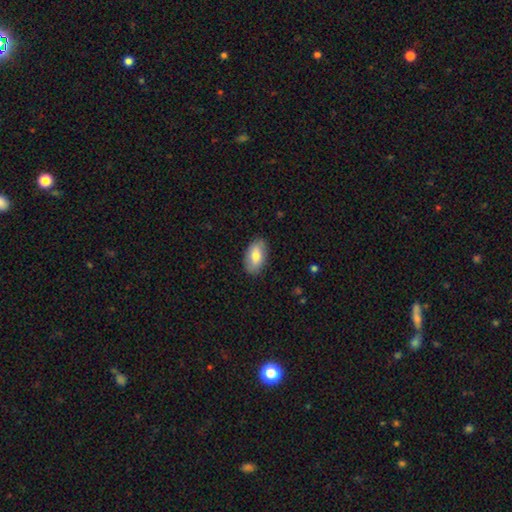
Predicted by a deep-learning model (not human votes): Morphology: type=smooth (71%); roundness=in between (93%); merging=none (86%).